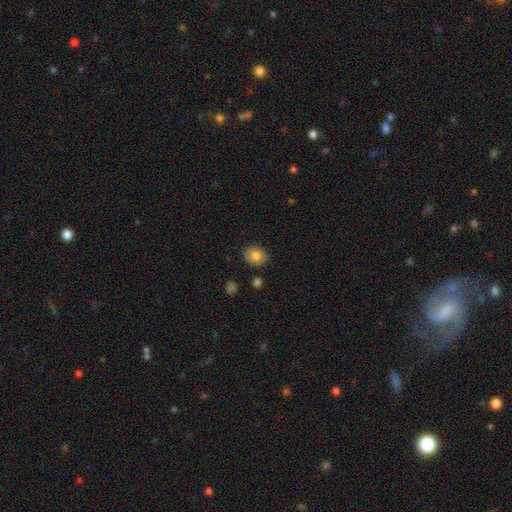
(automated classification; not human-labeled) This appears to be a smooth galaxy with no disk features (79%) that is round (50%). Merging: none (85%).